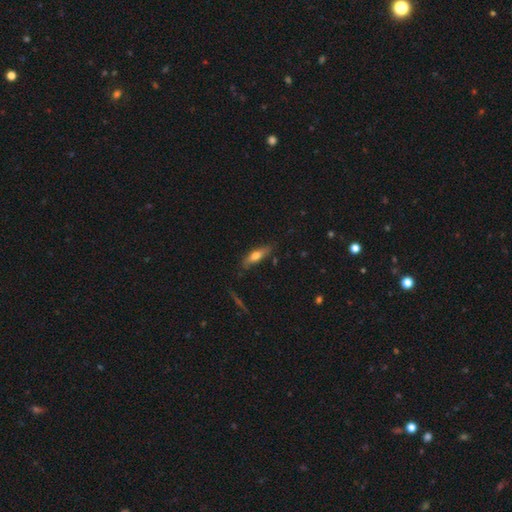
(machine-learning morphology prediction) This is possibly a smooth galaxy (59%). How rounded: possibly cigar-shaped (56%). Merging: likely none (76%).